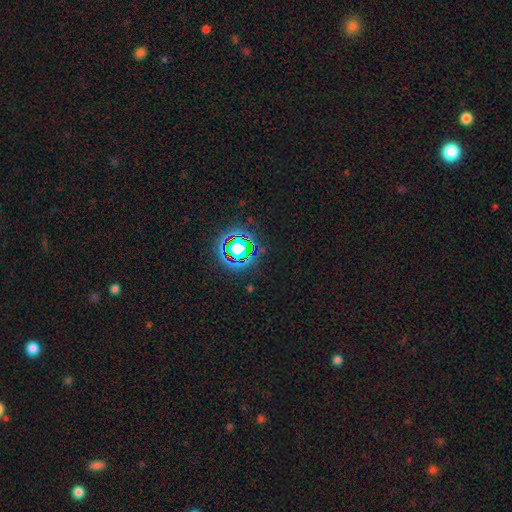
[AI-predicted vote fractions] smooth_or_featured: star or artifact (p=0.78) [alt: smooth p=0.15]